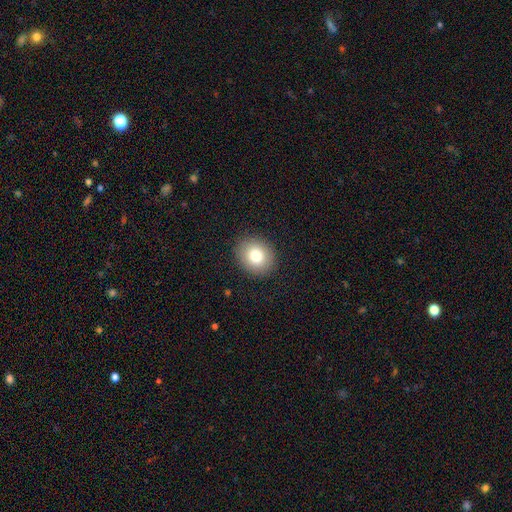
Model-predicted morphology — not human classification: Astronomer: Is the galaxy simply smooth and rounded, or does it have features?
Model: smooth — 81%.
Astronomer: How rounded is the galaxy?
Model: round — 62% (runner-up: in between, 37%).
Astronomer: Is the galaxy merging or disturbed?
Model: none — 89%.